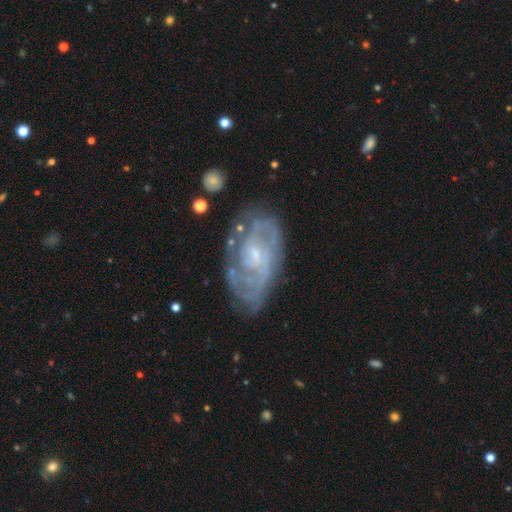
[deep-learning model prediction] Morphology: type=featured or disk (86%); edge-on=no (96%); bar=no (61%); spiral arms=yes (94%); winding=tight (58%); arm count=2 (39%); bulge=small (76%); merging=none (70%).